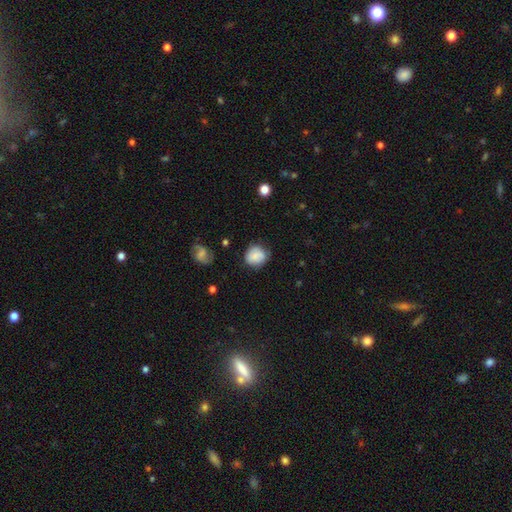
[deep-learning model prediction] The model was most divided on "merging": none: 67%, minor disturbance: 24%, major disturbance: 6%, merger: 3%. More confident: how rounded — round (79%); smooth or featured — smooth (74%).